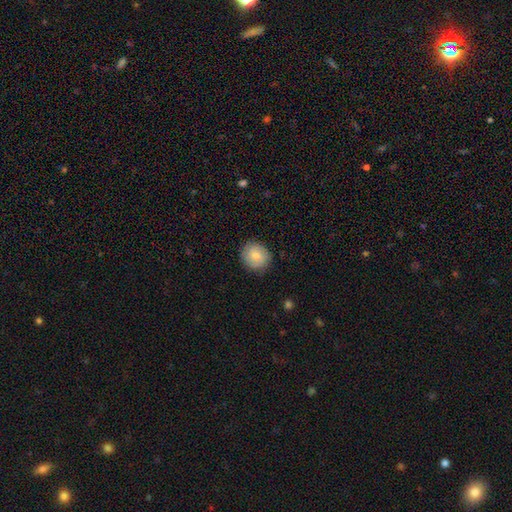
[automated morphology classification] smooth-or-featured: smooth: 74% | featured or disk: 19% | star or artifact: 7%
  how-rounded: round: 85% | in between: 14% | cigar-shaped: 1%
  merging: none: 84% | minor disturbance: 12% | major disturbance: 3% | merger: 1%